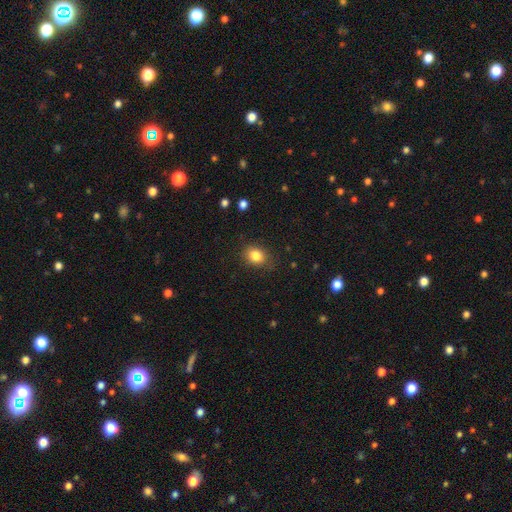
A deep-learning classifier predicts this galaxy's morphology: The model was most divided on "how rounded": in between: 52%, round: 47%, cigar-shaped: 1%. More confident: smooth or featured — smooth (84%); merging — none (80%).